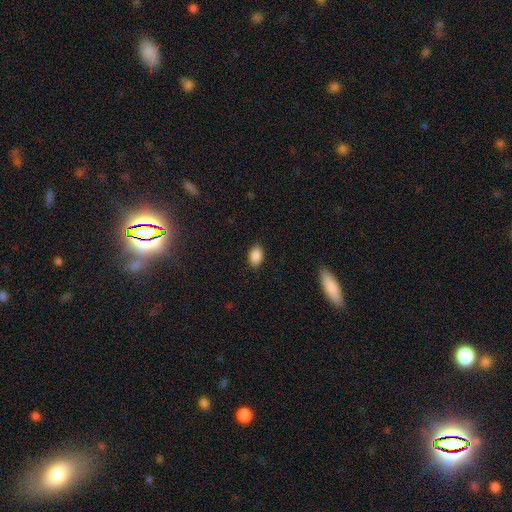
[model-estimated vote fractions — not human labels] Morphology: type=smooth (88%); roundness=in between (87%); merging=none (87%).